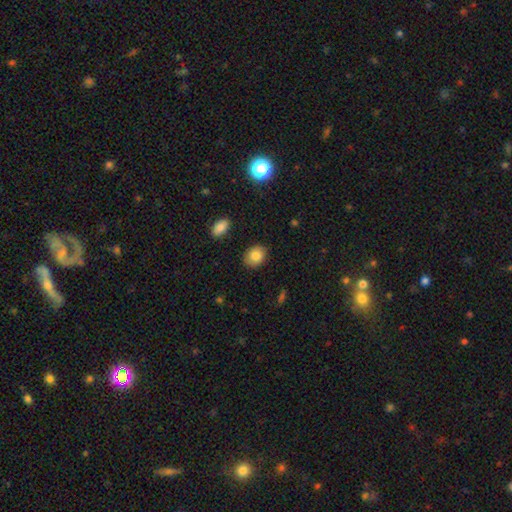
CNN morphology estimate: smooth_or_featured: smooth (p=0.83) [alt: featured or disk p=0.09]
how_rounded: in between (p=0.59) [alt: round p=0.40]
merging: none (p=0.87) [alt: minor disturbance p=0.10]